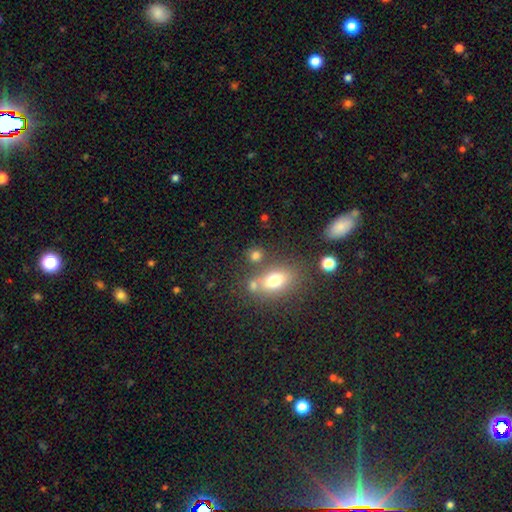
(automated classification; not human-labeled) Smooth or featured? Predicted: smooth (p=0.74). How rounded? Predicted: round (p=0.56). Merging? Predicted: none (p=0.65).